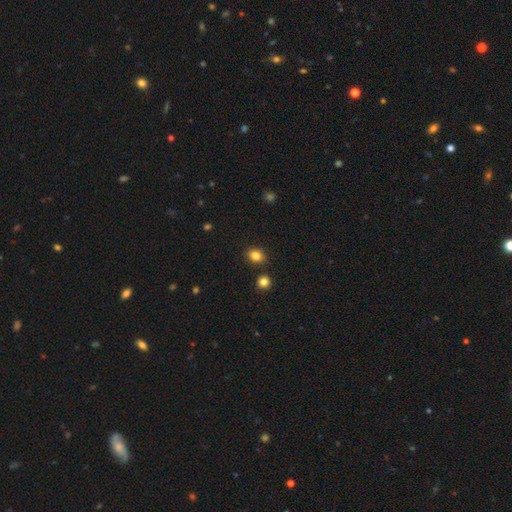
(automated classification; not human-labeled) Smooth or featured?
  - smooth: 83% *
  - star or artifact: 12%
  - featured or disk: 5%
How rounded?
  - round: 66% *
  - in between: 33%
  - cigar-shaped: 1%
Merging?
  - none: 86% *
  - minor disturbance: 8%
  - merger: 4%
  - major disturbance: 2%